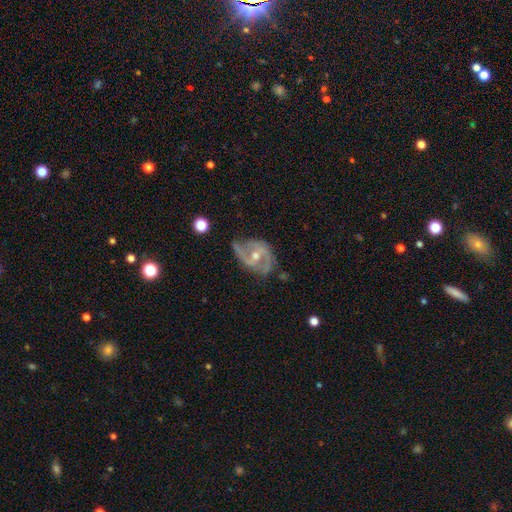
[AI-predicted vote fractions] Smooth or featured? Predicted: featured or disk (p=0.86). Edge-on disk? Predicted: no (p=0.97). Bar? Predicted: weak (p=0.42). Spiral arms? Predicted: yes (p=0.93). Spiral winding? Predicted: medium (p=0.49). Spiral arm count? Predicted: 2 (p=0.80). Bulge size? Predicted: moderate (p=0.57). Merging? Predicted: none (p=0.58).